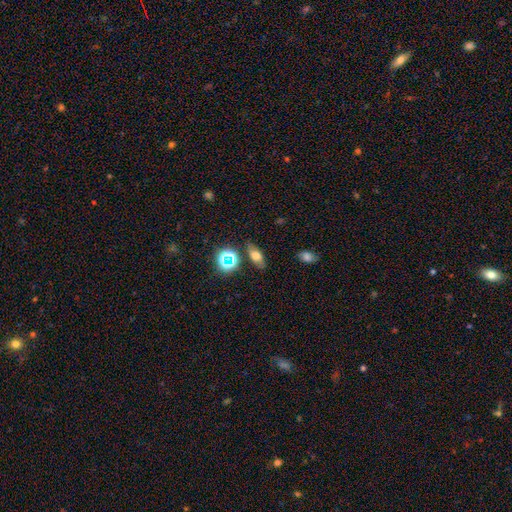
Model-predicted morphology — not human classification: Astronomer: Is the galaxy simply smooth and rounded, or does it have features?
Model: smooth — 60%.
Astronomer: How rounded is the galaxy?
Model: in between — 72%.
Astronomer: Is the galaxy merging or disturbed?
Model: none — 80%.